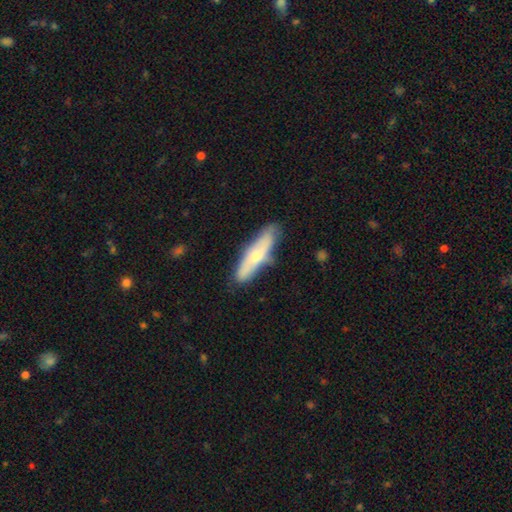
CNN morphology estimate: This appears to be a smooth galaxy with no disk features (56%) that is cigar-shaped (70%). Merging: none (71%).